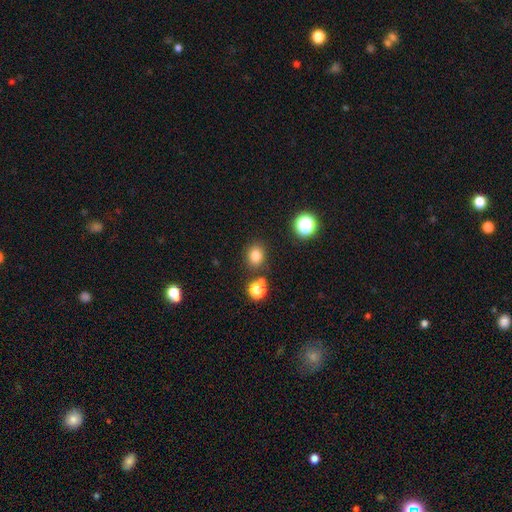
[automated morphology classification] This appears to be a smooth galaxy with no disk features (79%) that is round (67%). Merging: none (80%).